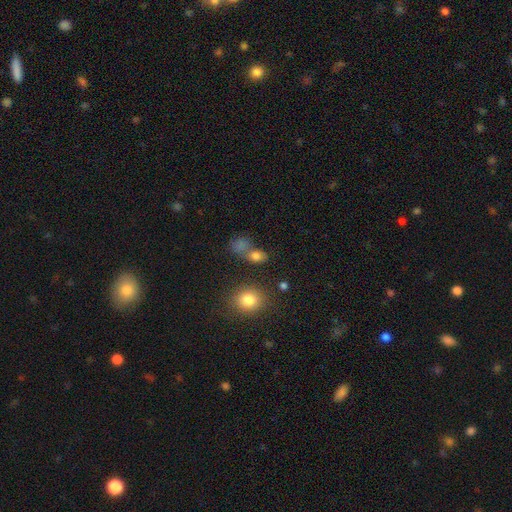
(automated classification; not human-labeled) Morphology: type=smooth (76%); roundness=in between (52%); merging=none (49%).